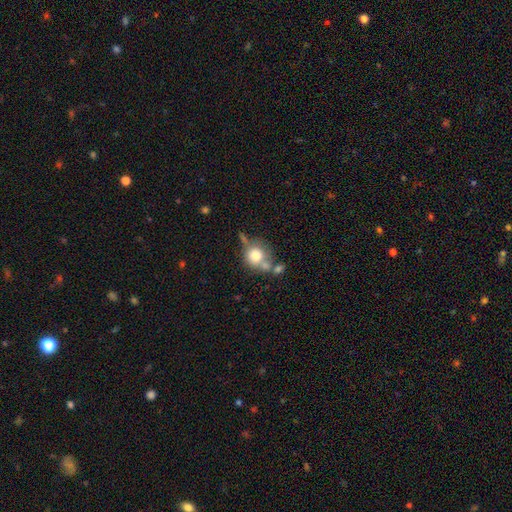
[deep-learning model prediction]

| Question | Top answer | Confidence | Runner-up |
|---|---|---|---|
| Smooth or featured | smooth | 73% | featured or disk (17%) |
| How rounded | round | 83% | in between (16%) |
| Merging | none | 44% | merger (31%) |